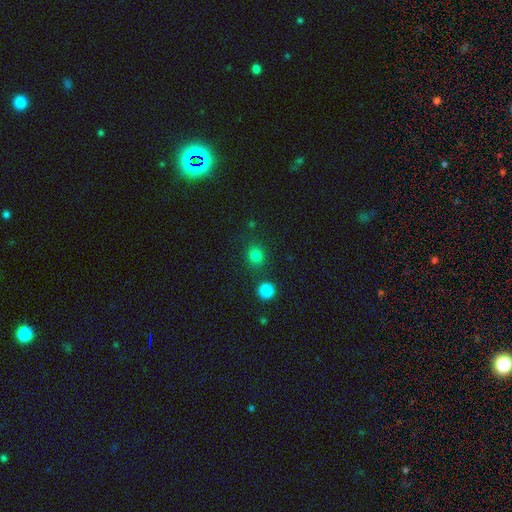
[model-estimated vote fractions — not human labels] A smooth galaxy with no disk features (81%) that is round (86%). Merging: none (83%).